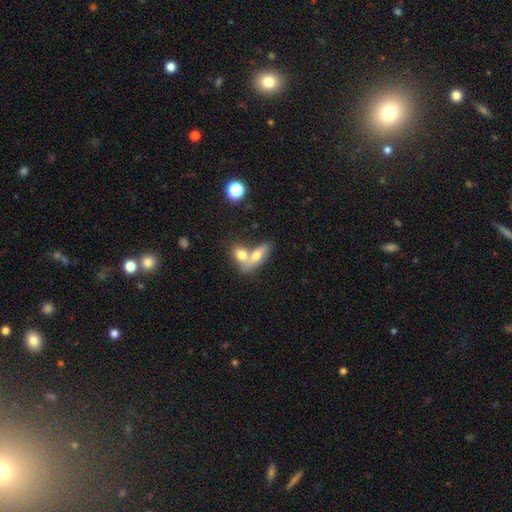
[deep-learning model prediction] This is possibly a smooth galaxy (49%). Merging: possibly merger (55%).